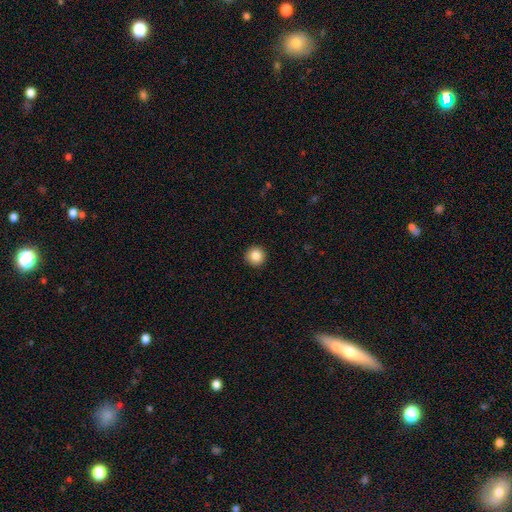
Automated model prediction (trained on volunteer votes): Morphology: type=smooth (85%); roundness=round (95%); merging=none (93%).